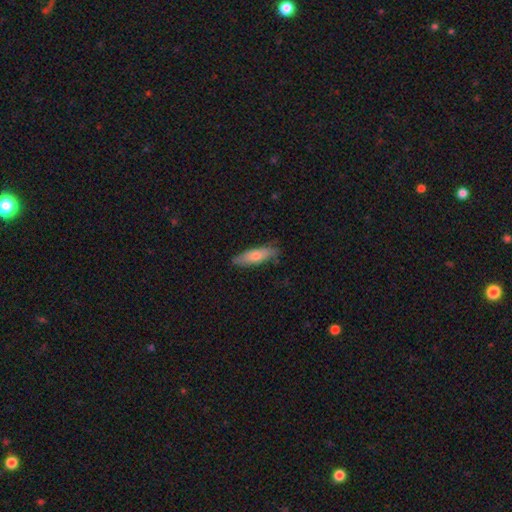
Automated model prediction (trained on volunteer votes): smooth_or_featured: smooth (p=0.68) [alt: featured or disk p=0.27]
how_rounded: cigar-shaped (p=0.58) [alt: in between p=0.40]
merging: none (p=0.80) [alt: minor disturbance p=0.16]